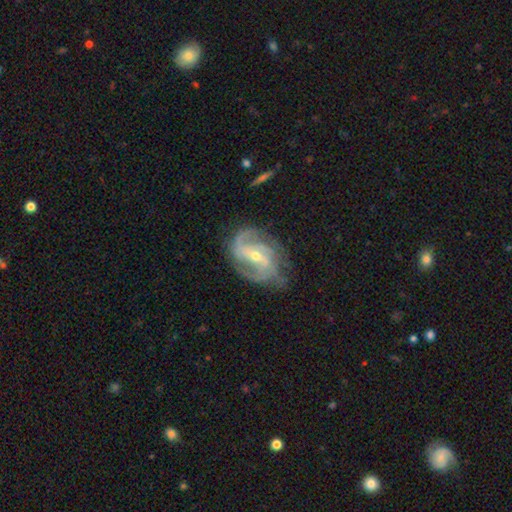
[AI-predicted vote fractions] Q: Smooth or featured?
A: featured or disk (90%); runner-up: smooth (5%)
Q: Edge-on disk?
A: no (97%); runner-up: yes (3%)
Q: Bar?
A: weak (41%); runner-up: strong (38%)
Q: Spiral arms?
A: yes (97%); runner-up: no (3%)
Q: Spiral winding?
A: medium (49%); runner-up: tight (30%)
Q: Spiral arm count?
A: 2 (51%); runner-up: 3 (24%)
Q: Bulge size?
A: small (58%); runner-up: moderate (39%)
Q: Merging?
A: none (65%); runner-up: minor disturbance (22%)